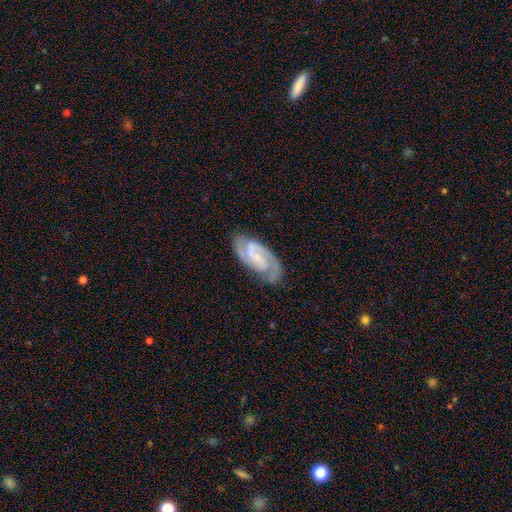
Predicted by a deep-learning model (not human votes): A featured or disk galaxy (89%) with a weak bar (45%), 2 (92%) tight (47%) spiral arms (98%) and a small central bulge (58%). Merging: none (81%).